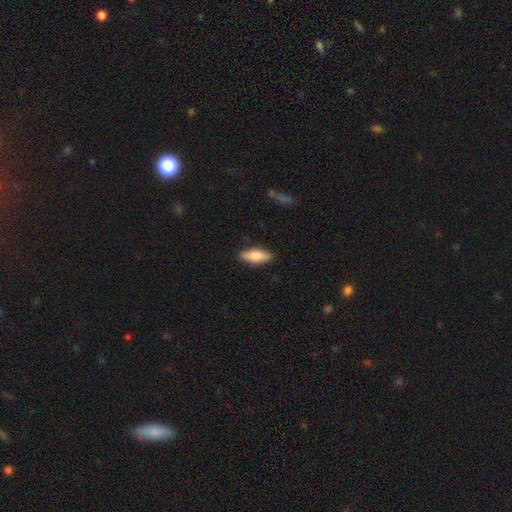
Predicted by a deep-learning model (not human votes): Smooth or featured? Predicted: smooth (p=0.76). How rounded? Predicted: in between (p=0.72). Merging? Predicted: none (p=0.86).